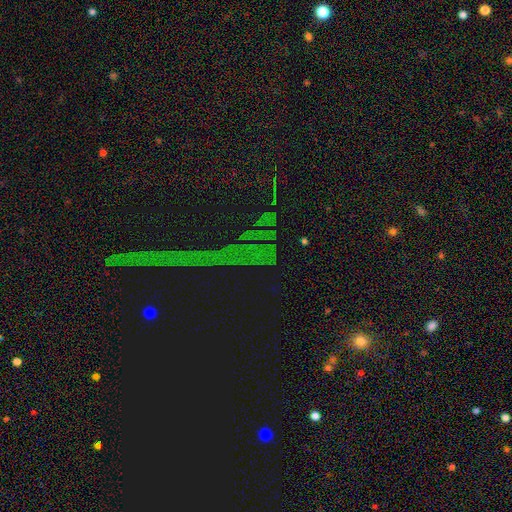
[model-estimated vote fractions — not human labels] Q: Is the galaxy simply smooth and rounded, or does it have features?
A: star or artifact — 79%.